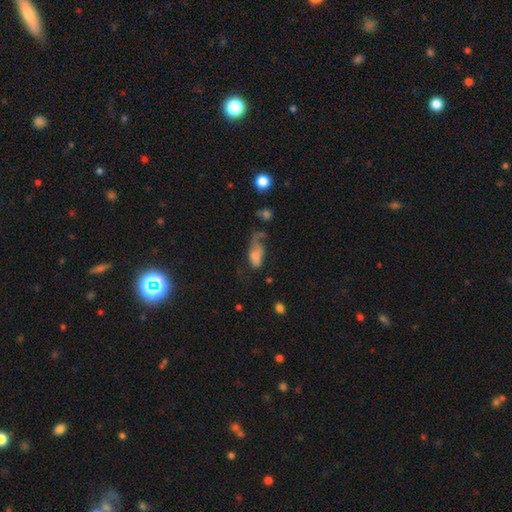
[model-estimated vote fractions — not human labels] smooth_or_featured: smooth (p=0.65) [alt: featured or disk p=0.24]
how_rounded: in between (p=0.86) [alt: cigar-shaped p=0.08]
merging: major disturbance (p=0.51) [alt: minor disturbance p=0.20]